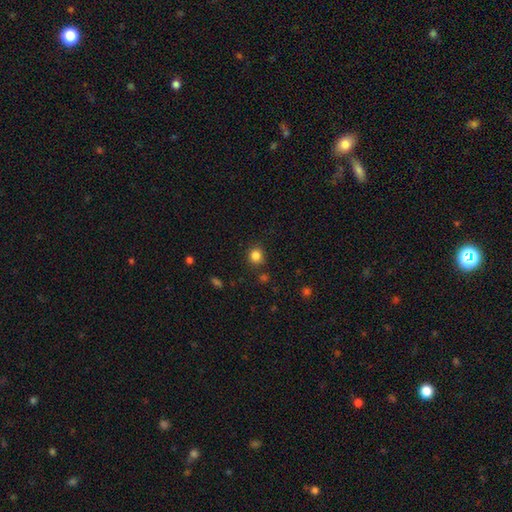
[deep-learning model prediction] Smooth or featured?
  - smooth: 83% *
  - star or artifact: 12%
  - featured or disk: 4%
How rounded?
  - round: 87% *
  - in between: 13%
  - cigar-shaped: 1%
Merging?
  - none: 85% *
  - minor disturbance: 9%
  - merger: 4%
  - major disturbance: 3%